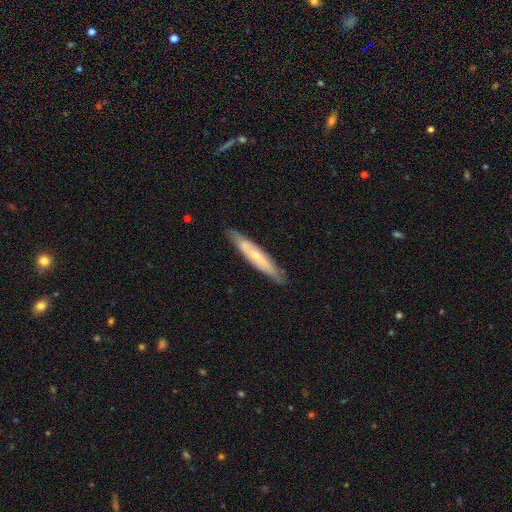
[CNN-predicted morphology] featured or disk 51%, smooth 43%, star or artifact 6%. Down the decision tree: edge-on disk — yes (70%); merging — none (83%).